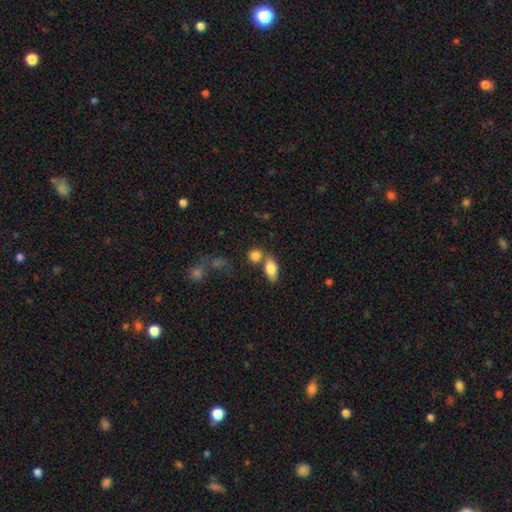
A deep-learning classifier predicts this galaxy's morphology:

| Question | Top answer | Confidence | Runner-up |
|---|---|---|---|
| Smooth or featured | smooth | 82% | featured or disk (9%) |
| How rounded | in between | 59% | round (36%) |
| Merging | none | 50% | merger (35%) |